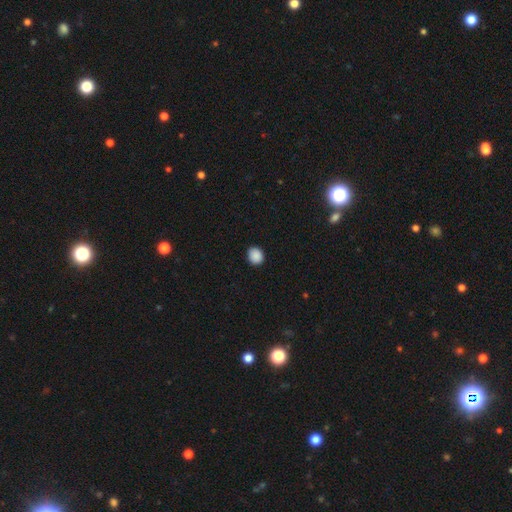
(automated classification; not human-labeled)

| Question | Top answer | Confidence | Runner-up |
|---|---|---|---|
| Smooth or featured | smooth | 89% | star or artifact (9%) |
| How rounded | round | 70% | in between (29%) |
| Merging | none | 90% | minor disturbance (7%) |